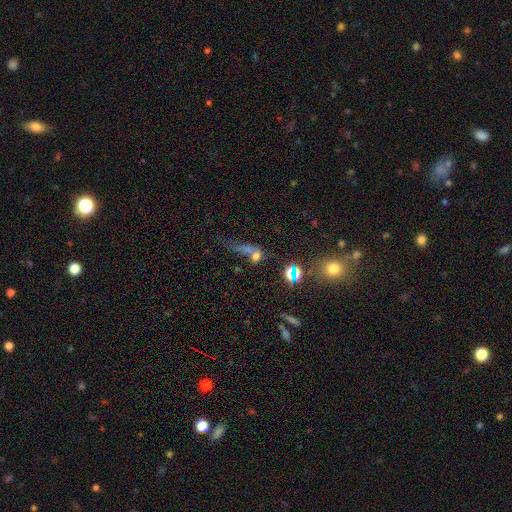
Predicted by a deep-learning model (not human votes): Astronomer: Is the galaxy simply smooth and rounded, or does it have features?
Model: star or artifact — 40% (runner-up: smooth, 36%).